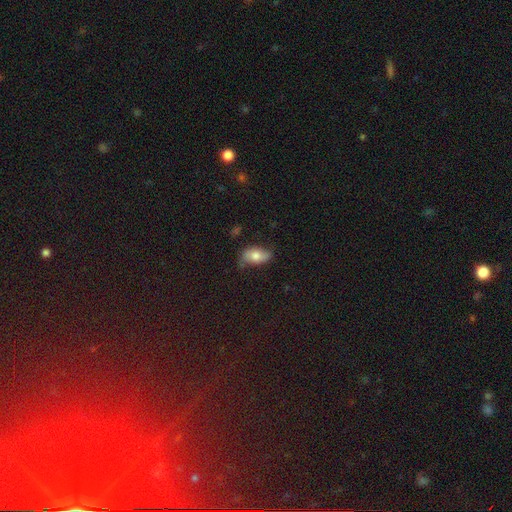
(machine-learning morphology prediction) Overall: smooth (65%; featured or disk 27%). How rounded: in between (91%). Merging: none (62%; minor disturbance 28%).